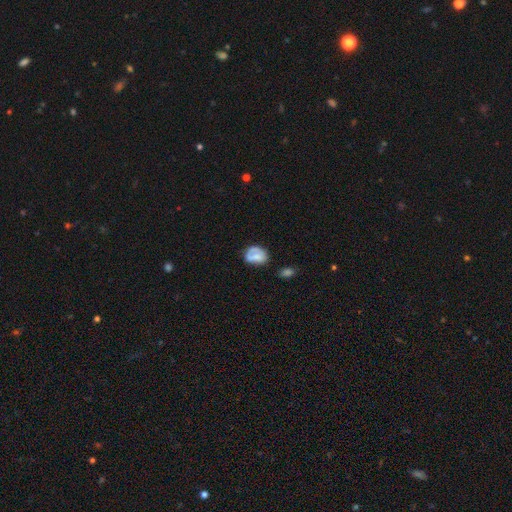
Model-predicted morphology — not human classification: This appears to be a smooth galaxy with no disk features (61%) that is in between round and cigar-shaped (71%). Merging: none (43%).